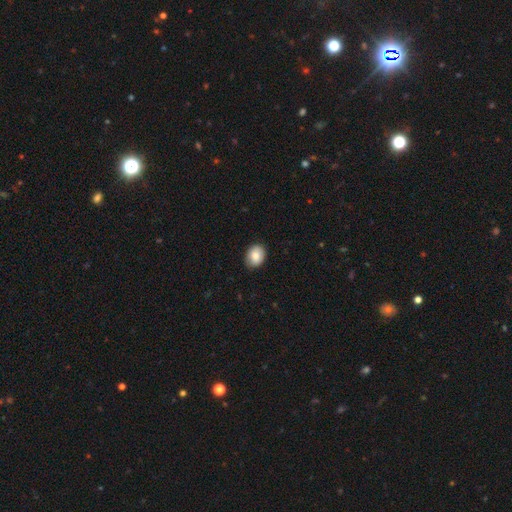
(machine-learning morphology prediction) This is clearly a smooth galaxy (84%). How rounded: possibly in between (60%). Merging: clearly none (85%).